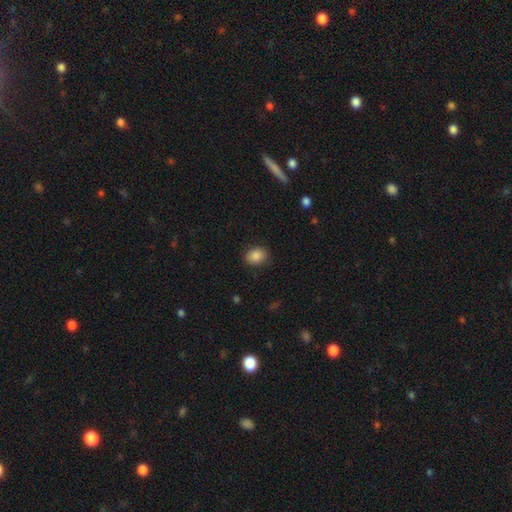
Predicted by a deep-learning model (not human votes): A smooth galaxy with no disk features (87%) that is in between round and cigar-shaped (59%).

Vote fractions:
- Smooth or featured? smooth: 87% / star or artifact: 9% / featured or disk: 5%
- How rounded? in between: 59% / round: 40% / cigar-shaped: 1%
- Merging? none: 84% / minor disturbance: 12% / major disturbance: 3% / merger: 1%